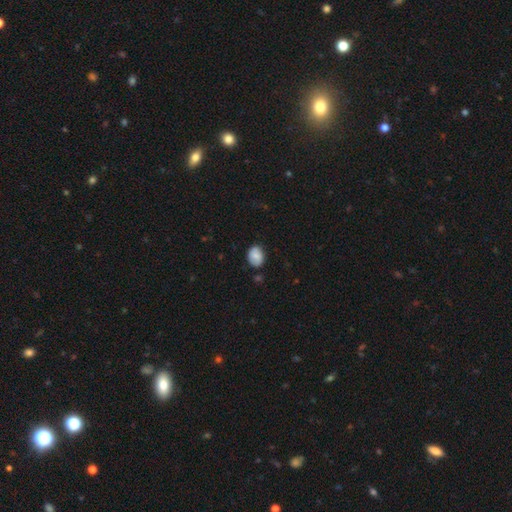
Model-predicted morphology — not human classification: smooth_or_featured: smooth (p=0.75) [alt: featured or disk p=0.17]
how_rounded: in between (p=0.63) [alt: round p=0.36]
merging: none (p=0.75) [alt: minor disturbance p=0.19]